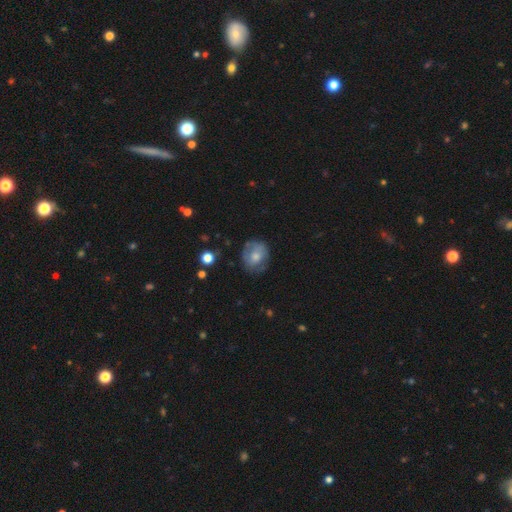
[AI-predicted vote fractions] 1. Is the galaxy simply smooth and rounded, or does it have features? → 56% smooth, 36% featured or disk, 8% star or artifact.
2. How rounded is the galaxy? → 63% round, 36% in between, 1% cigar-shaped.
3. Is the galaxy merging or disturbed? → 64% none, 24% minor disturbance, 10% major disturbance, 2% merger.